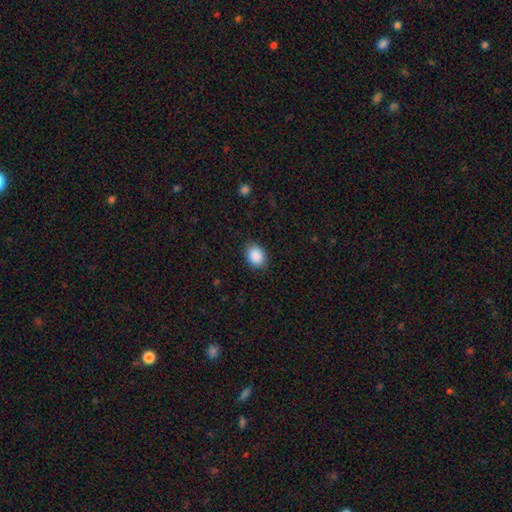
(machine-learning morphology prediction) Smooth or featured?
  - smooth: 90% *
  - star or artifact: 7%
  - featured or disk: 3%
How rounded?
  - in between: 71% *
  - round: 28%
  - cigar-shaped: 1%
Merging?
  - none: 87% *
  - minor disturbance: 10%
  - major disturbance: 3%
  - merger: 1%